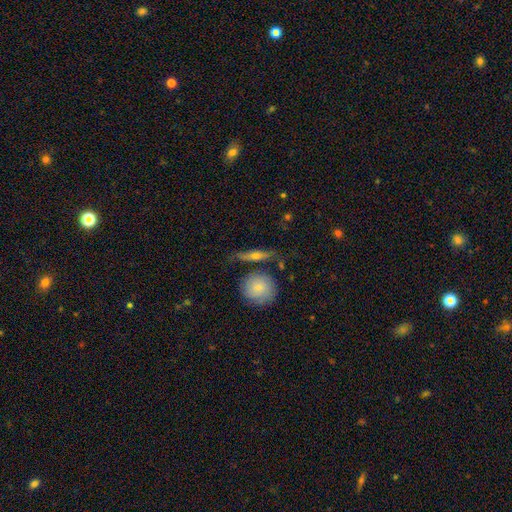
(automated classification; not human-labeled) Smooth or featured? Predicted: featured or disk (p=0.48). Merging? Predicted: none (p=0.72).